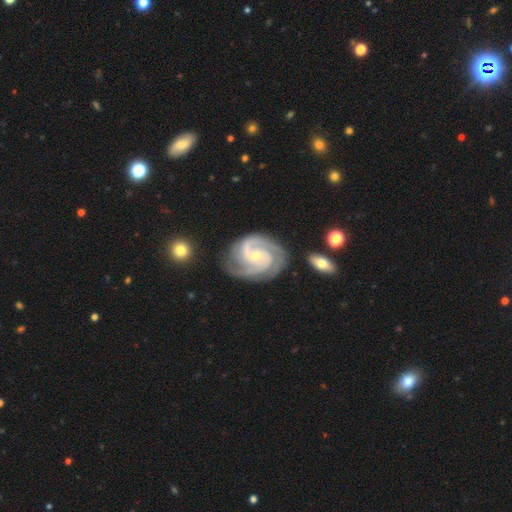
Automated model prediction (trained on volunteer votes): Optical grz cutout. It shows a featured or disk galaxy (93%) with no bar (54%), 2 (65%) tight (49%) spiral arms (99%) and a small central bulge (72%). Merging: none (72%).